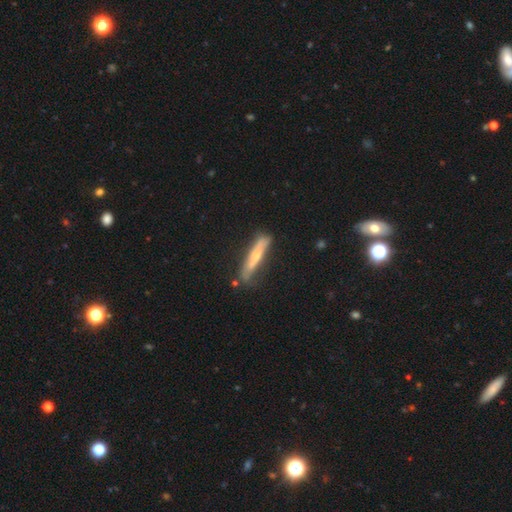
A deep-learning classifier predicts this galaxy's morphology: Smooth or featured? smooth (52%)
How rounded? cigar-shaped (91%)
Merging? none (69%)